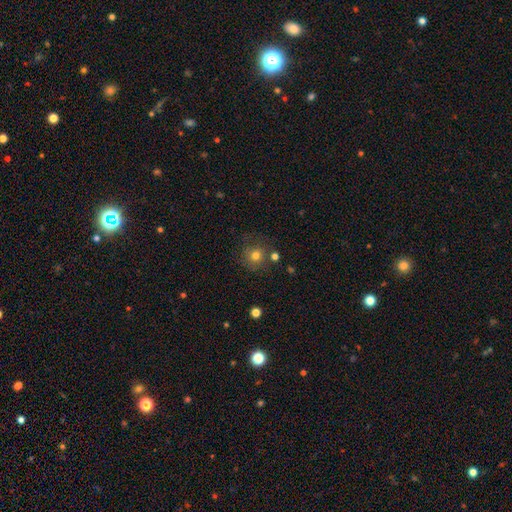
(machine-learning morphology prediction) This is likely a smooth galaxy (77%). How rounded: clearly round (90%). Merging: likely none (75%).